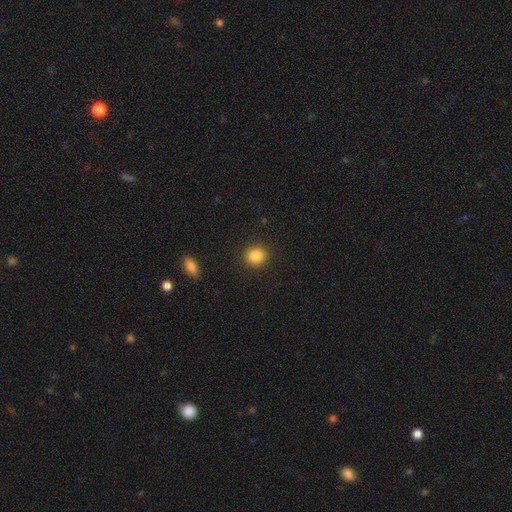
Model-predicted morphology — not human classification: This appears to be a smooth galaxy with no disk features (86%) that is round (90%). Merging: none (92%).